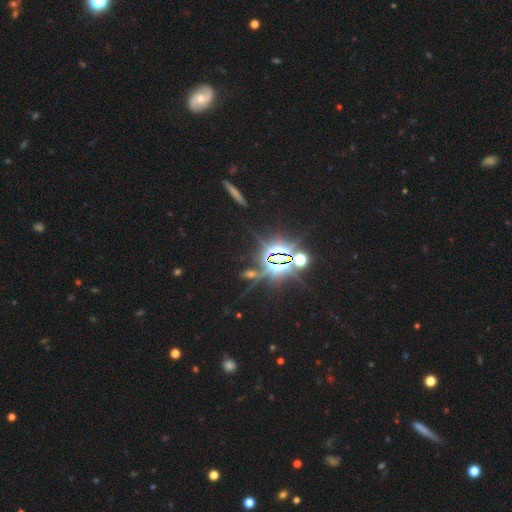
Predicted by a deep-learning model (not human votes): Smooth or featured? star or artifact (84%)